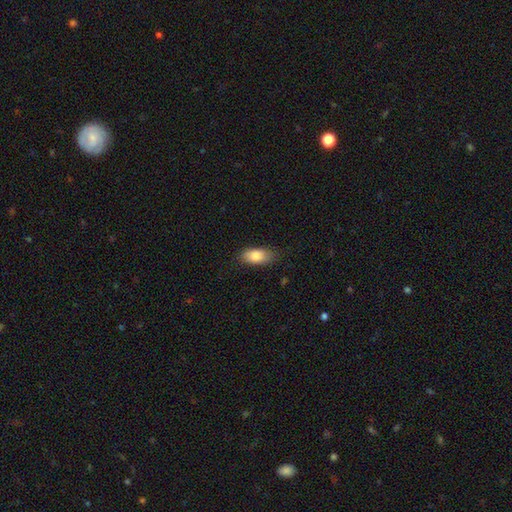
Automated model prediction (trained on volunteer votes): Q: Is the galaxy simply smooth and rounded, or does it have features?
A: smooth — 84%.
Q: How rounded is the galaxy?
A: in between — 86%.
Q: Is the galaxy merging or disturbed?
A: none — 77%.